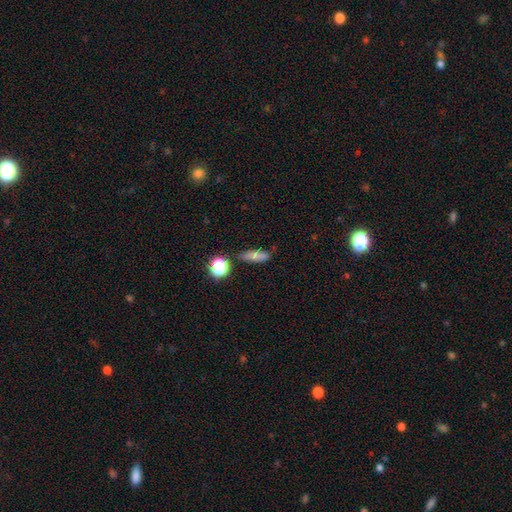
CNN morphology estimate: A smooth galaxy with no disk features (71%) that is in between round and cigar-shaped (47%). Merging: none (73%).